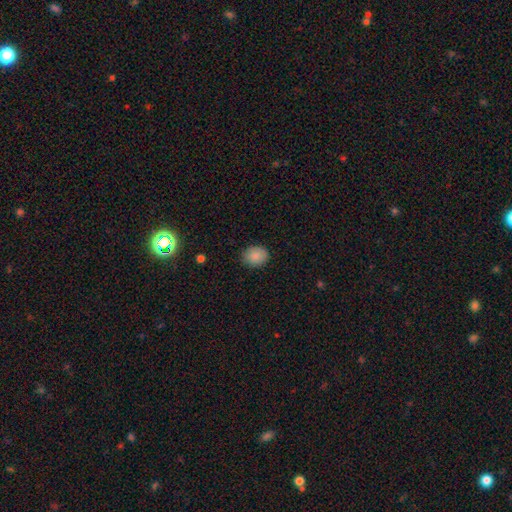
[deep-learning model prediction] Smooth or featured?
  - smooth: 88% *
  - star or artifact: 8%
  - featured or disk: 4%
How rounded?
  - round: 61% *
  - in between: 38%
  - cigar-shaped: 1%
Merging?
  - none: 84% *
  - minor disturbance: 12%
  - major disturbance: 3%
  - merger: 1%